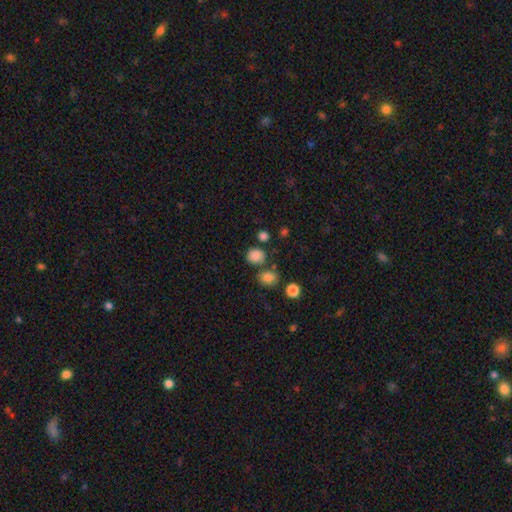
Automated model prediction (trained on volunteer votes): Smooth or featured?
  - smooth: 83% *
  - star or artifact: 12%
  - featured or disk: 5%
How rounded?
  - round: 73% *
  - in between: 26%
  - cigar-shaped: 1%
Merging?
  - none: 71% *
  - merger: 13%
  - minor disturbance: 12%
  - major disturbance: 4%